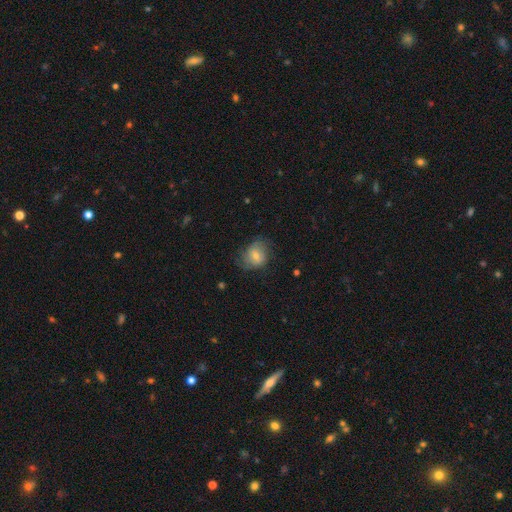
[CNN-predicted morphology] A smooth galaxy with no disk features (62%) that is round (57%). Merging: none (61%).